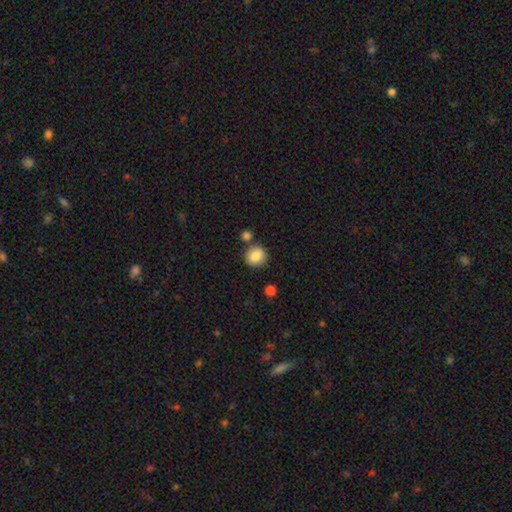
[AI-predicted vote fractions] smooth-or-featured: smooth: 87% | star or artifact: 8% | featured or disk: 5%
  how-rounded: round: 85% | in between: 14% | cigar-shaped: 1%
  merging: none: 78% | merger: 10% | minor disturbance: 10% | major disturbance: 3%